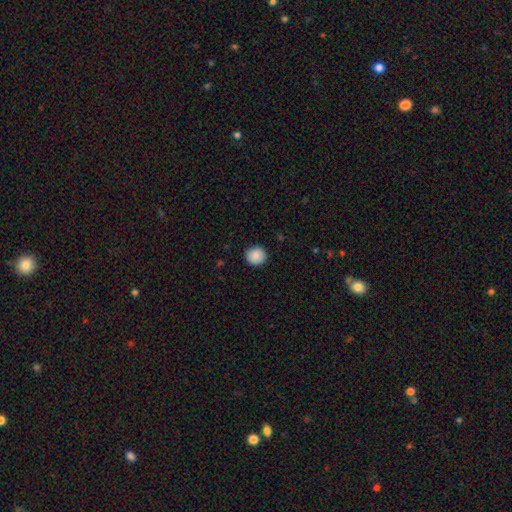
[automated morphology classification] Q: Smooth or featured?
A: smooth (89%); runner-up: star or artifact (8%)
Q: How rounded?
A: round (90%); runner-up: in between (9%)
Q: Merging?
A: none (91%); runner-up: minor disturbance (6%)